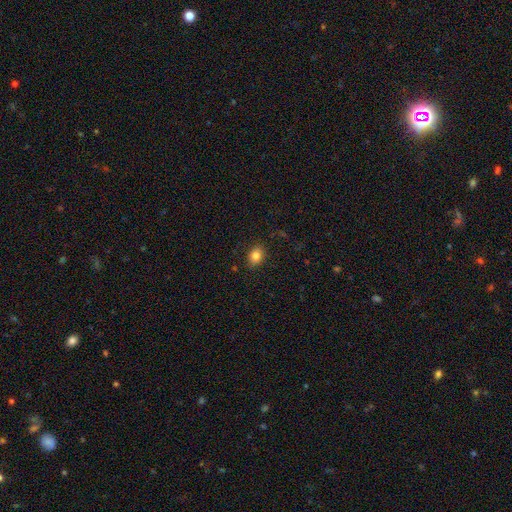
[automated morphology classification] A smooth galaxy with no disk features (84%) that is in between round and cigar-shaped (67%).

Vote fractions:
- Smooth or featured? smooth: 84% / star or artifact: 10% / featured or disk: 6%
- How rounded? in between: 67% / round: 32% / cigar-shaped: 1%
- Merging? none: 87% / minor disturbance: 10% / major disturbance: 3% / merger: 1%